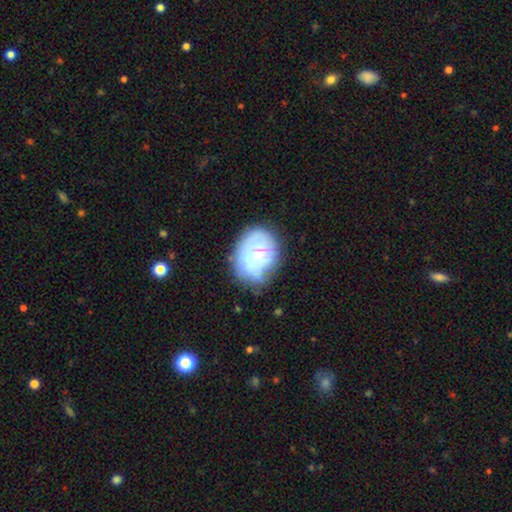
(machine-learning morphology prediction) smooth-or-featured: smooth: 52% | featured or disk: 39% | star or artifact: 9%
  how-rounded: in between: 60% | round: 39% | cigar-shaped: 1%
  merging: none: 59% | minor disturbance: 27% | major disturbance: 10% | merger: 3%